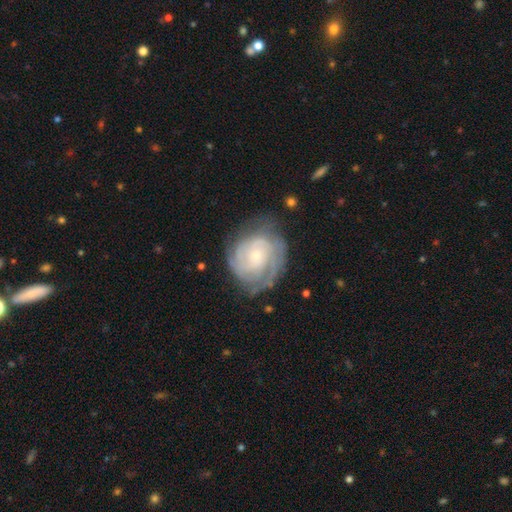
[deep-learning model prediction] smooth_or_featured: featured or disk (p=0.80) [alt: smooth p=0.14]
disk_edge_on: no (p=0.98) [alt: yes p=0.02]
bar: no (p=0.75) [alt: weak p=0.21]
has_spiral_arms: yes (p=0.93) [alt: no p=0.07]
spiral_winding: tight (p=0.72) [alt: medium p=0.23]
spiral_arm_count: can't tell (p=0.38) [alt: 2 p=0.25]
bulge_size: small (p=0.69) [alt: moderate p=0.26]
merging: none (p=0.68) [alt: minor disturbance p=0.20]